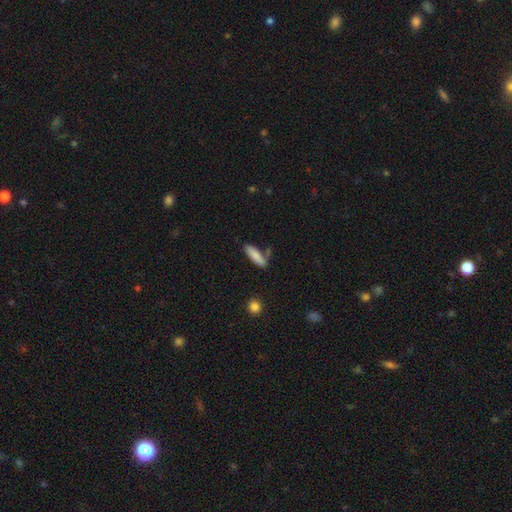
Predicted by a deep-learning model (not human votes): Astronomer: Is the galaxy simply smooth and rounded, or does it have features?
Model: smooth — 84%.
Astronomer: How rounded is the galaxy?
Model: cigar-shaped — 60% (runner-up: in between, 38%).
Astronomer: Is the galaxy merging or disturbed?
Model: none — 70%.